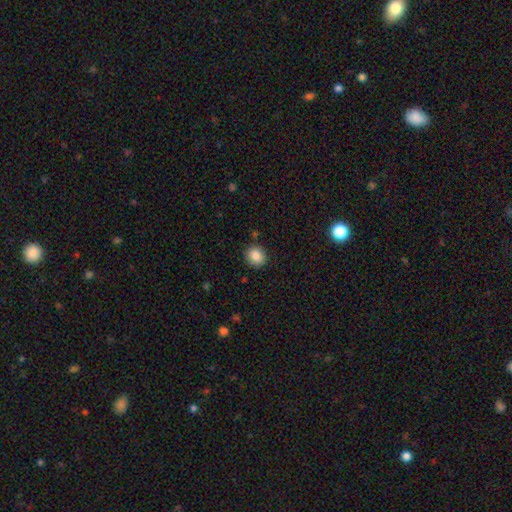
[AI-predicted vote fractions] Smooth or featured? smooth (87%)
How rounded? round (72%)
Merging? none (87%)